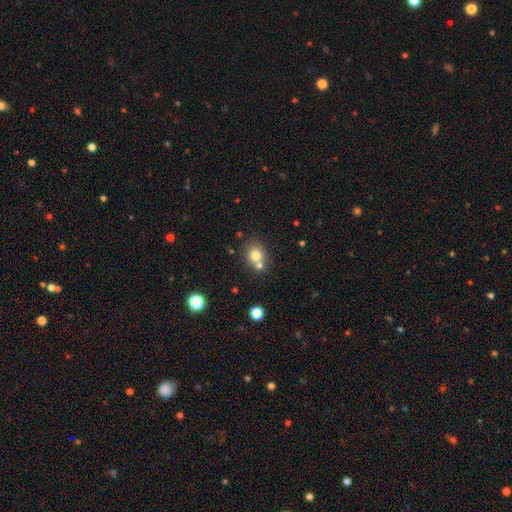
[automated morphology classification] smooth_or_featured: smooth (p=0.76) [alt: star or artifact p=0.12]
how_rounded: round (p=0.72) [alt: in between p=0.27]
merging: none (p=0.60) [alt: merger p=0.26]